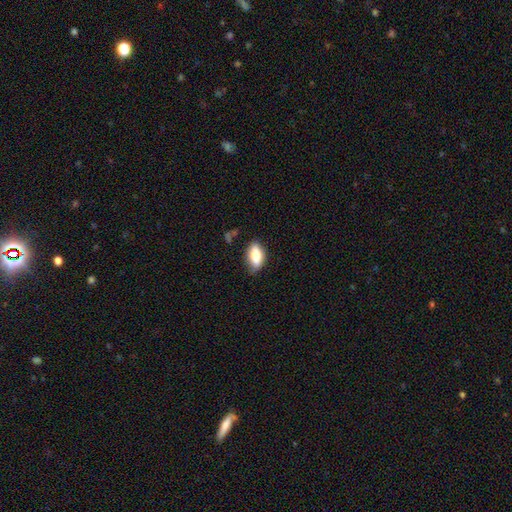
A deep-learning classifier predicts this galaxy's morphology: type=smooth (74%); roundness=in between (85%); merging=none (74%).